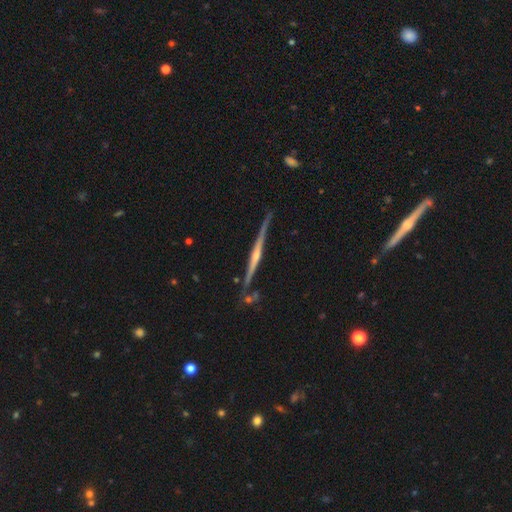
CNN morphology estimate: Overall: featured or disk (83%). Edge-on disk: yes (98%). Edge-on bulge: rounded (78%). Merging: none (82%).